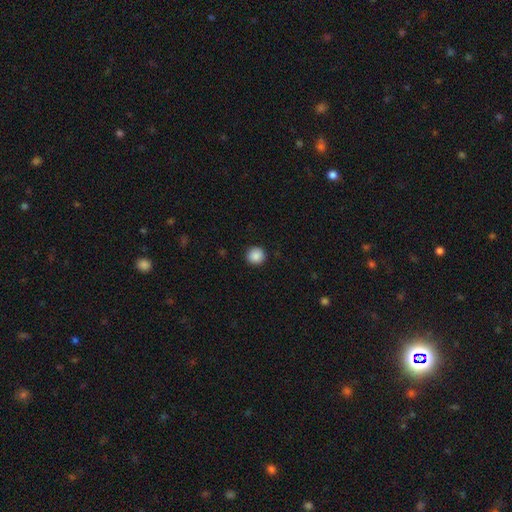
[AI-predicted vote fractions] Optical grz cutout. It shows a smooth galaxy with no disk features (89%) that is round (92%). Merging: none (92%).